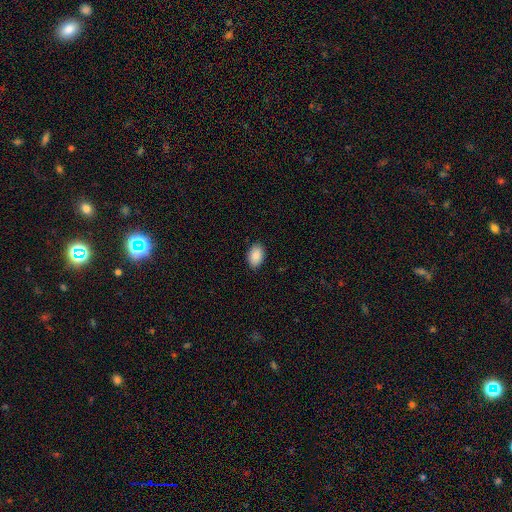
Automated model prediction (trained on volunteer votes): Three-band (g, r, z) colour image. It shows a smooth galaxy with no disk features (89%) that is in between round and cigar-shaped (89%). Merging: none (88%).